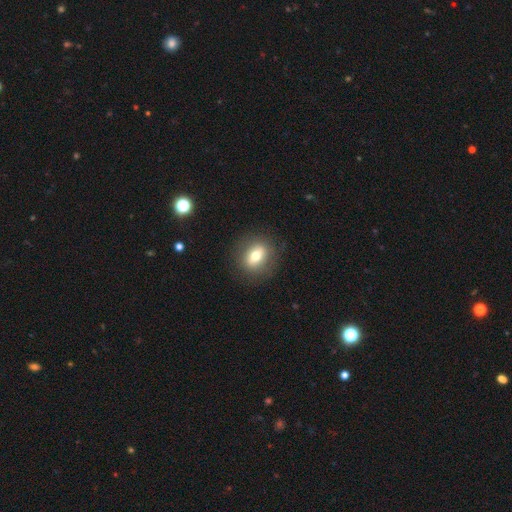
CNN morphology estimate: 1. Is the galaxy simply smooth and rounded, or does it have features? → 64% smooth, 26% featured or disk, 10% star or artifact.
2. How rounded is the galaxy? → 51% round, 47% in between, 2% cigar-shaped.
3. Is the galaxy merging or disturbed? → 85% none, 10% minor disturbance, 4% major disturbance, 1% merger.